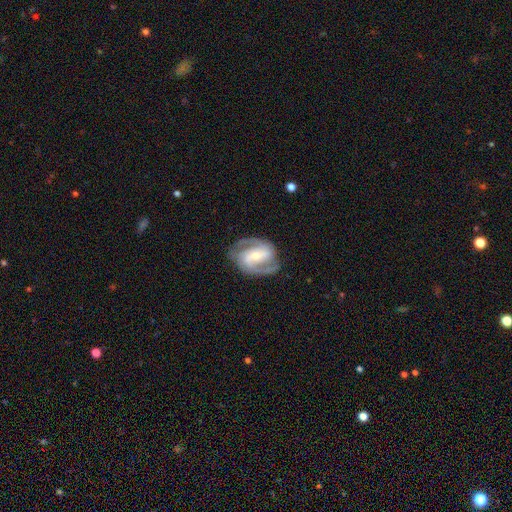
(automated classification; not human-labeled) Smooth or featured? Predicted: featured or disk (p=0.90). Edge-on disk? Predicted: no (p=0.98). Bar? Predicted: strong (p=0.45). Spiral arms? Predicted: yes (p=0.97). Spiral winding? Predicted: medium (p=0.54). Spiral arm count? Predicted: 2 (p=0.87). Bulge size? Predicted: small (p=0.53). Merging? Predicted: none (p=0.79).